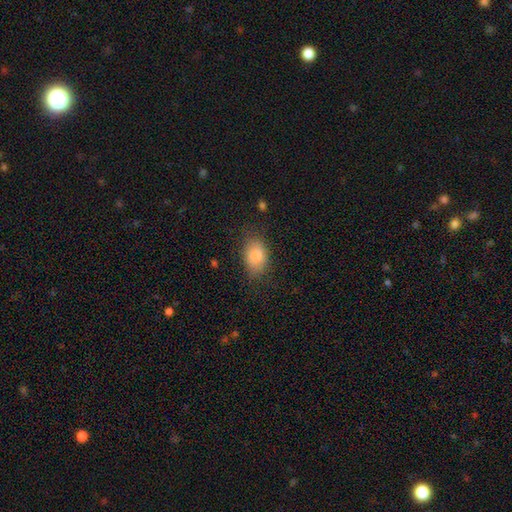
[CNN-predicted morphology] type=smooth (84%); roundness=in between (82%); merging=none (78%).